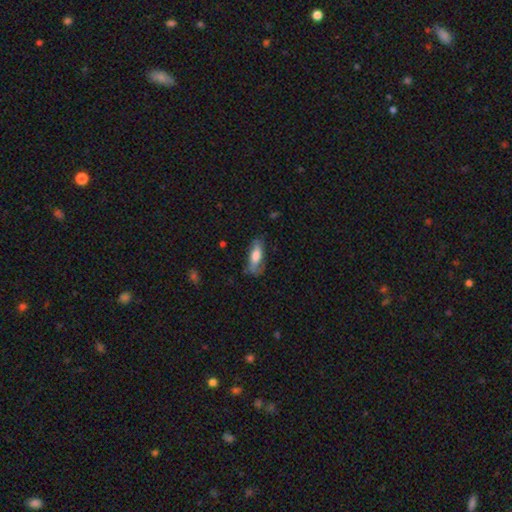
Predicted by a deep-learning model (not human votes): Smooth or featured: smooth — 64% (featured or disk — 30%)
How rounded: in between — 66% (cigar-shaped — 32%)
Merging: none — 64% (minor disturbance — 25%)